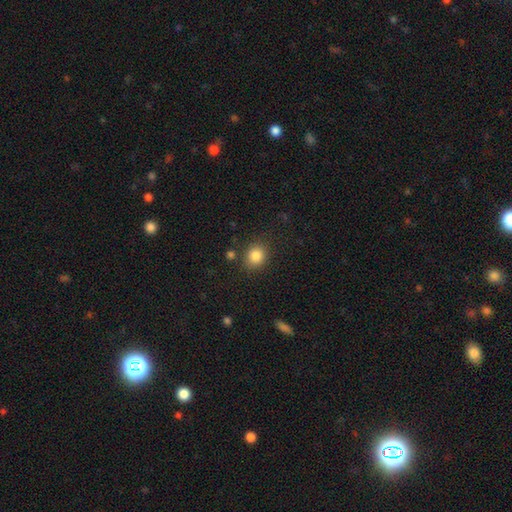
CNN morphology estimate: This appears to be a smooth galaxy with no disk features (84%) that is round (68%). Merging: none (82%).